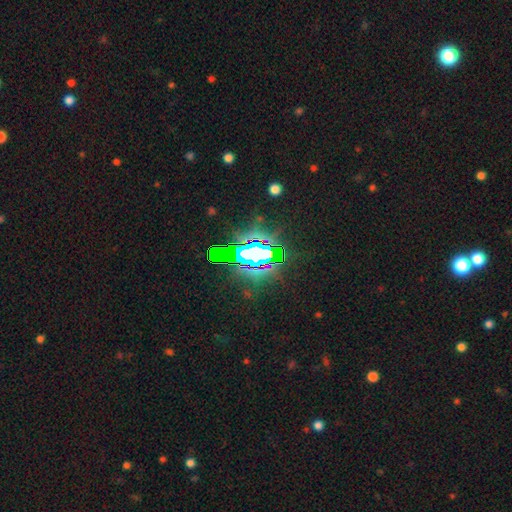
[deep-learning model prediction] A star or artifact, not a galaxy (70%).

Vote fractions:
- Smooth or featured? star or artifact: 70% / featured or disk: 16% / smooth: 14%